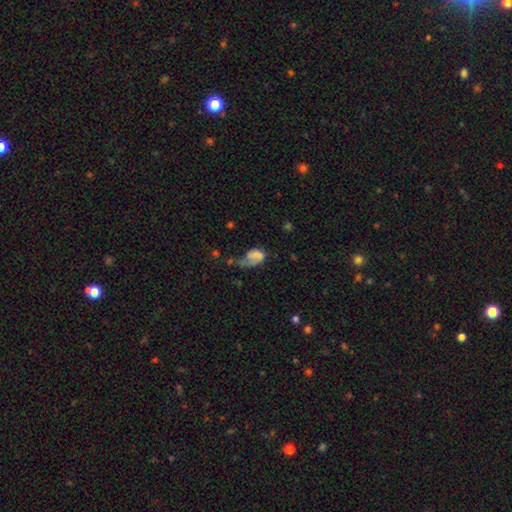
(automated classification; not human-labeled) Smooth or featured?
  - smooth: 52% *
  - featured or disk: 39%
  - star or artifact: 10%
How rounded?
  - in between: 83% *
  - round: 16%
  - cigar-shaped: 2%
Merging?
  - major disturbance: 54% *
  - none: 20%
  - minor disturbance: 19%
  - merger: 7%